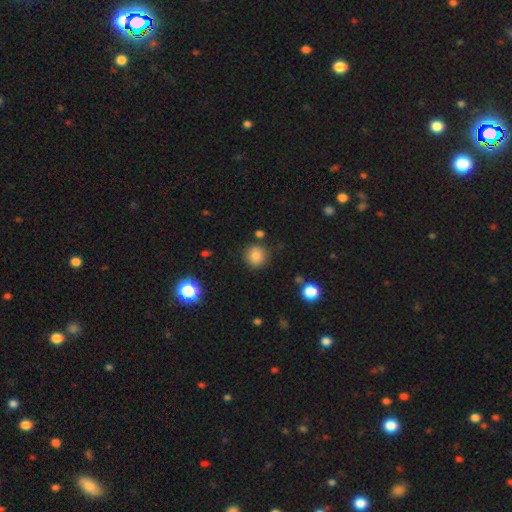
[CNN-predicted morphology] Smooth or featured?
  - smooth: 82% *
  - star or artifact: 12%
  - featured or disk: 6%
How rounded?
  - round: 93% *
  - in between: 6%
  - cigar-shaped: 1%
Merging?
  - none: 85% *
  - minor disturbance: 8%
  - merger: 4%
  - major disturbance: 3%